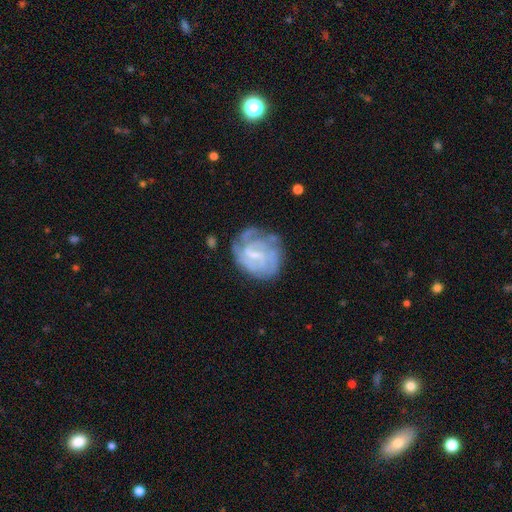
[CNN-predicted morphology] Smooth or featured? featured or disk (76%)
Edge-on disk? no (98%)
Bar? weak (56%)
Spiral arms? yes (84%)
Spiral winding? tight (59%)
Spiral arm count? can't tell (46%)
Bulge size? small (55%)
Merging? none (57%)